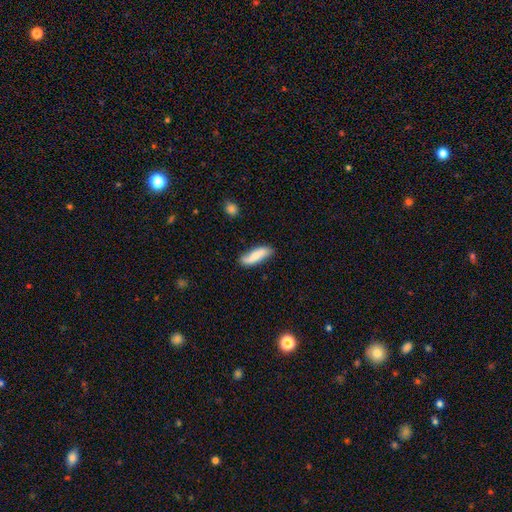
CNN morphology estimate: smooth-or-featured: smooth: 68% | featured or disk: 26% | star or artifact: 6%
  how-rounded: in between: 50% | cigar-shaped: 48% | round: 2%
  merging: none: 78% | minor disturbance: 17% | major disturbance: 3% | merger: 2%